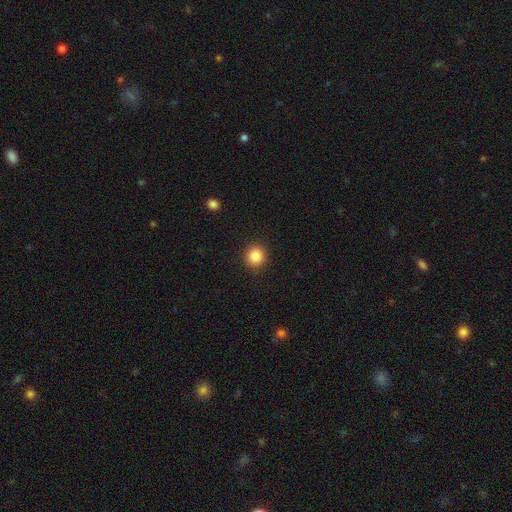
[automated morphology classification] A smooth galaxy with no disk features (85%) that is round (92%).

Vote fractions:
- Smooth or featured? smooth: 85% / star or artifact: 10% / featured or disk: 5%
- How rounded? round: 92% / in between: 7% / cigar-shaped: 1%
- Merging? none: 92% / minor disturbance: 5% / major disturbance: 2% / merger: 1%